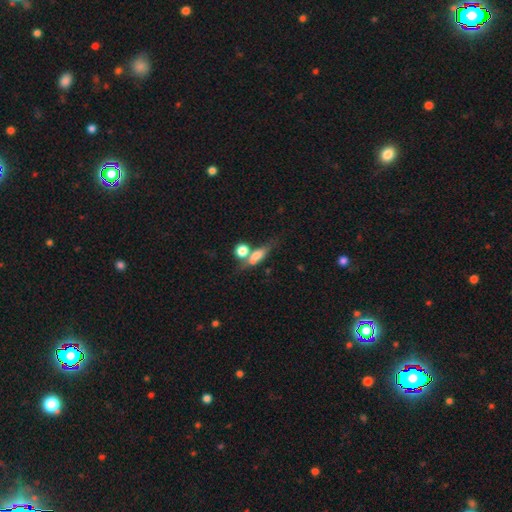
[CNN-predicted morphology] smooth-or-featured: smooth: 66% | featured or disk: 24% | star or artifact: 11%
  how-rounded: in between: 51% | cigar-shaped: 30% | round: 18%
  merging: none: 42% | merger: 34% | minor disturbance: 15% | major disturbance: 10%